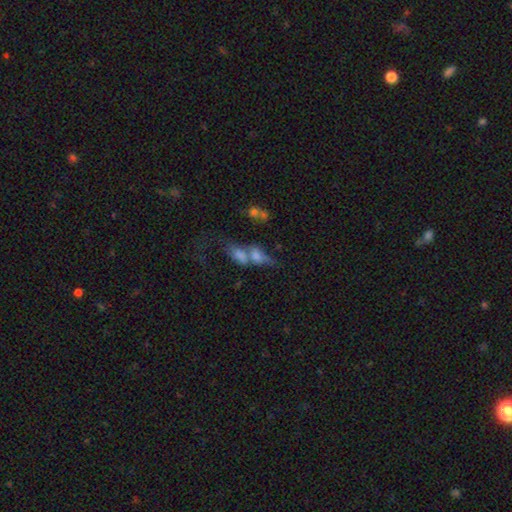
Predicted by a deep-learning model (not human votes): Smooth or featured?
  - smooth: 52% *
  - featured or disk: 32%
  - star or artifact: 16%
How rounded?
  - in between: 68% *
  - cigar-shaped: 19%
  - round: 13%
Merging?
  - merger: 59% *
  - none: 21%
  - major disturbance: 11%
  - minor disturbance: 9%